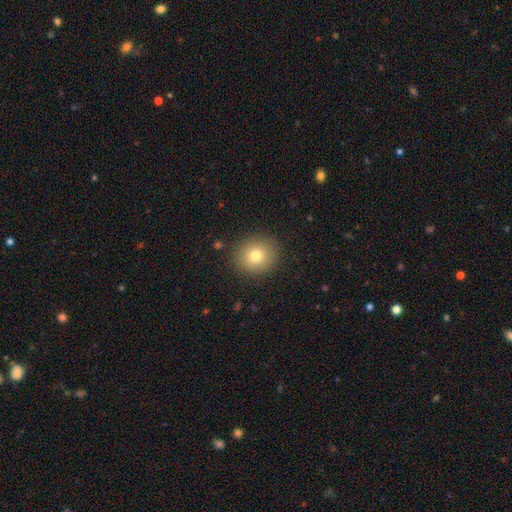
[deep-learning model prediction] This is likely a smooth galaxy (77%). How rounded: clearly round (83%). Merging: clearly none (88%).